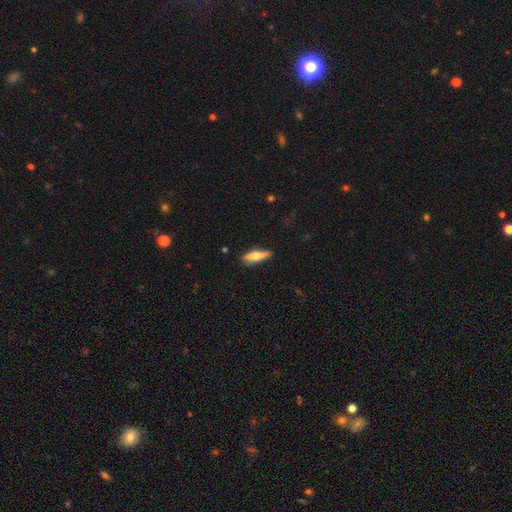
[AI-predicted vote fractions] The model was most divided on "how rounded": cigar-shaped: 60%, in between: 38%, round: 2%. More confident: merging — none (85%); smooth or featured — smooth (63%).